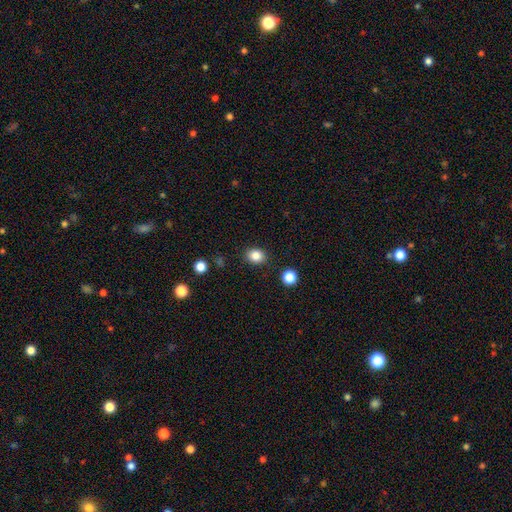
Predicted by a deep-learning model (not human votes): Smooth or featured?
  - smooth: 85% *
  - star or artifact: 11%
  - featured or disk: 5%
How rounded?
  - round: 56% *
  - in between: 43%
  - cigar-shaped: 1%
Merging?
  - none: 88% *
  - minor disturbance: 8%
  - major disturbance: 2%
  - merger: 2%